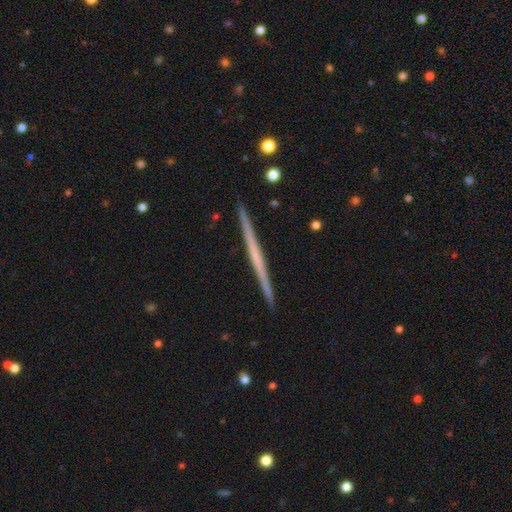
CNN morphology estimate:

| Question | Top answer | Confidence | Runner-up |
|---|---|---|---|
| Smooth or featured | featured or disk | 64% | smooth (31%) |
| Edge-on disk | yes | 98% | no (2%) |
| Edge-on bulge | none | 86% | rounded (10%) |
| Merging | none | 93% | minor disturbance (5%) |